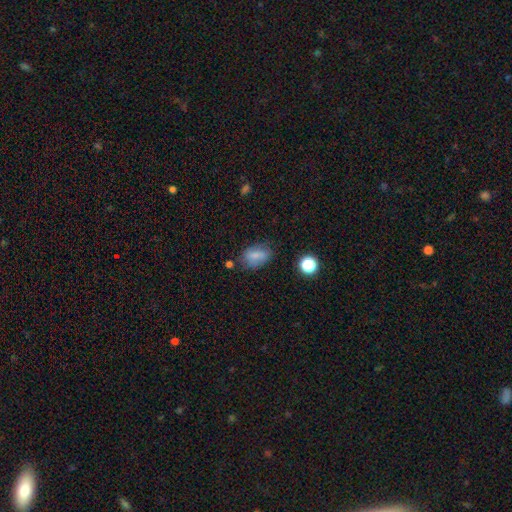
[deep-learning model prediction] The model was most divided on "merging": none: 65%, minor disturbance: 24%, major disturbance: 7%, merger: 4%. More confident: how rounded — in between (84%); smooth or featured — smooth (75%).